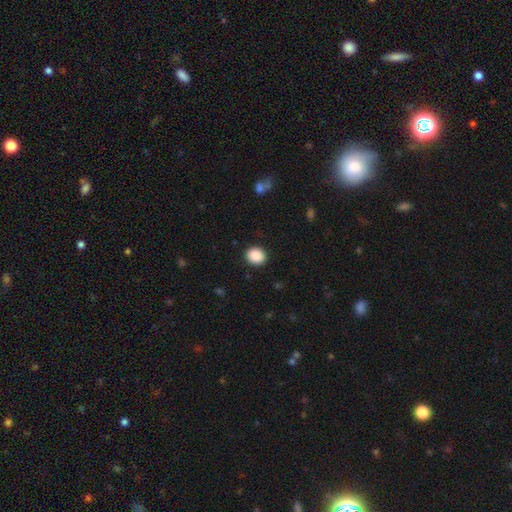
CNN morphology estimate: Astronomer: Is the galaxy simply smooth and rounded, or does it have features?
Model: smooth — 90%.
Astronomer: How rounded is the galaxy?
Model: round — 70%.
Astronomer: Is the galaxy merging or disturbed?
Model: none — 91%.